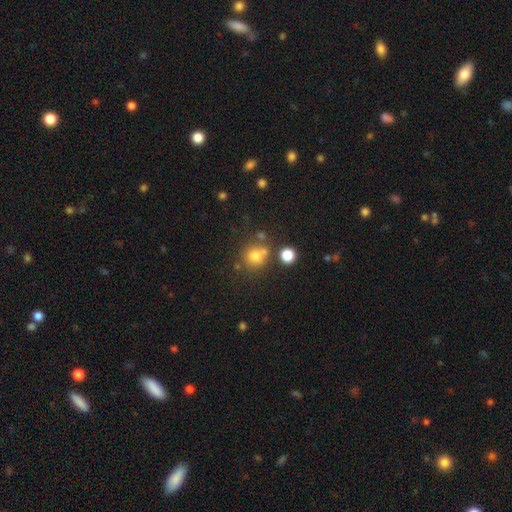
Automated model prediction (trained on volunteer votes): Q: Smooth or featured?
A: smooth (75%); runner-up: star or artifact (16%)
Q: How rounded?
A: round (87%); runner-up: in between (12%)
Q: Merging?
A: none (65%); runner-up: merger (20%)